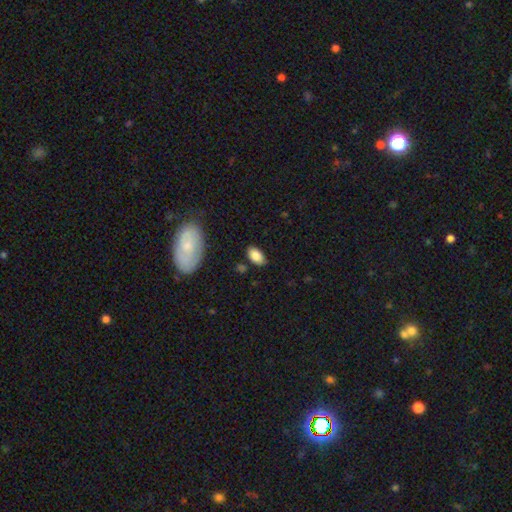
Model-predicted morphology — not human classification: A smooth galaxy with no disk features (85%) that is in between round and cigar-shaped (93%).

Vote fractions:
- Smooth or featured? smooth: 85% / featured or disk: 8% / star or artifact: 7%
- How rounded? in between: 93% / round: 5% / cigar-shaped: 2%
- Merging? none: 80% / minor disturbance: 15% / major disturbance: 3% / merger: 2%